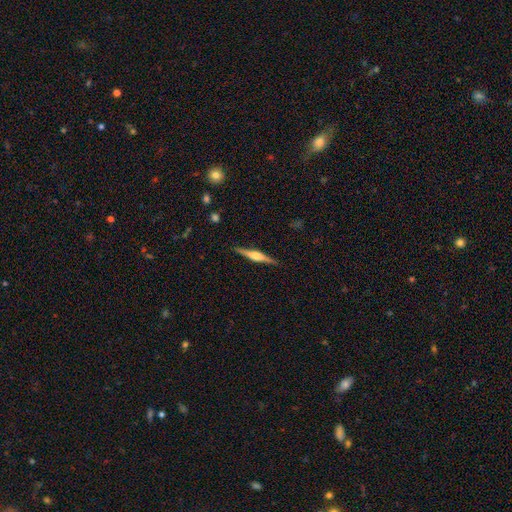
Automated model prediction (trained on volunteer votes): A featured or disk galaxy (74%) viewed edge-on (98%) with a rounded central bulge (82%).

Vote fractions:
- Smooth or featured? featured or disk: 74% / smooth: 20% / star or artifact: 5%
- Edge-on disk? yes: 98% / no: 2%
- Edge-on bulge? rounded: 82% / boxy: 14% / none: 4%
- Merging? none: 90% / minor disturbance: 7% / major disturbance: 2% / merger: 1%